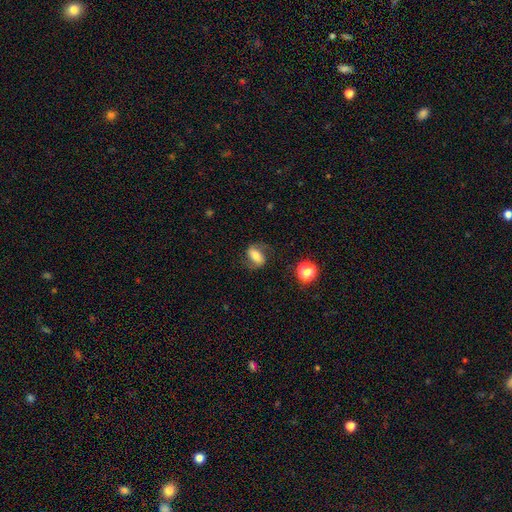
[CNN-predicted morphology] A smooth galaxy with no disk features (48%).

Vote fractions:
- Smooth or featured? smooth: 48% / featured or disk: 41% / star or artifact: 11%
- Merging? none: 69% / minor disturbance: 19% / major disturbance: 11% / merger: 2%